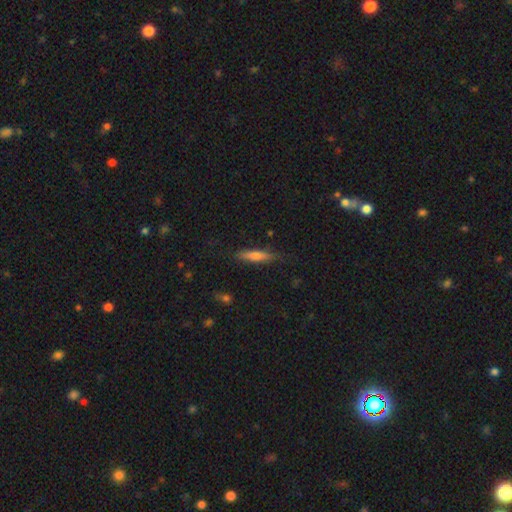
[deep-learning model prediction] smooth-or-featured: smooth: 58% | featured or disk: 35% | star or artifact: 7%
  how-rounded: cigar-shaped: 85% | in between: 13% | round: 2%
  merging: none: 83% | minor disturbance: 13% | major disturbance: 3% | merger: 1%